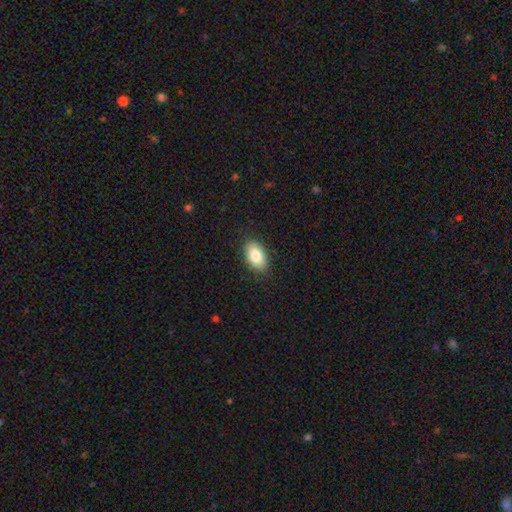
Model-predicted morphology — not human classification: Smooth or featured? Predicted: smooth (p=0.83). How rounded? Predicted: in between (p=0.92). Merging? Predicted: none (p=0.87).